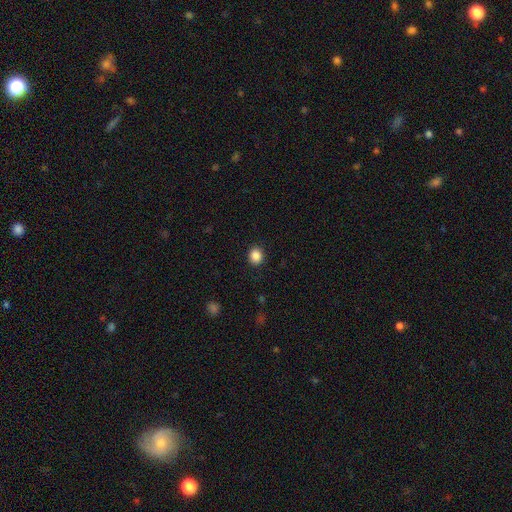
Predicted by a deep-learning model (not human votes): Smooth or featured?
  - smooth: 87% *
  - star or artifact: 10%
  - featured or disk: 3%
How rounded?
  - round: 72% *
  - in between: 27%
  - cigar-shaped: 1%
Merging?
  - none: 91% *
  - minor disturbance: 6%
  - major disturbance: 2%
  - merger: 1%